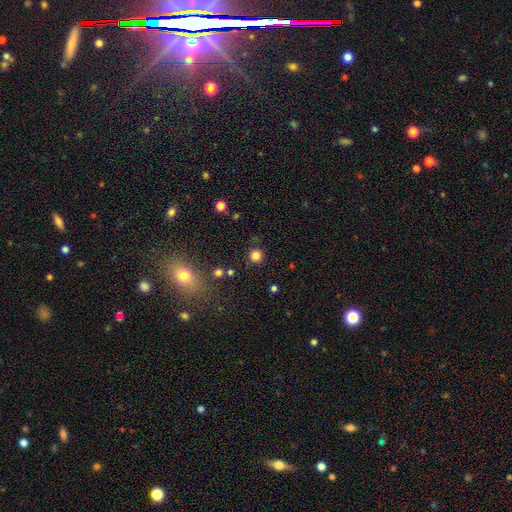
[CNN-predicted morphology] The model was most divided on "smooth or featured": smooth: 83%, star or artifact: 13%, featured or disk: 4%. More confident: how rounded — round (94%); merging — none (89%).